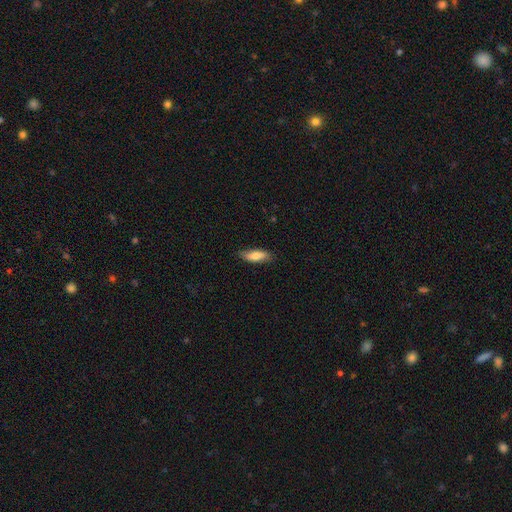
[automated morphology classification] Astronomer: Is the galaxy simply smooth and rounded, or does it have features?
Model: smooth — 76%.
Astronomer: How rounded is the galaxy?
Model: in between — 63%.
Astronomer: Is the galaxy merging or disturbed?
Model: none — 80%.